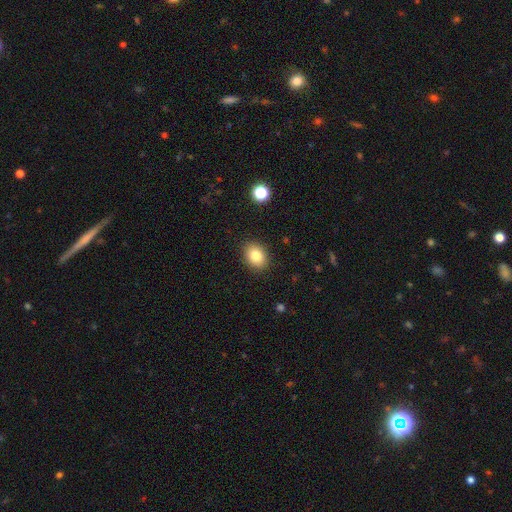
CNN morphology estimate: The model was most divided on "how rounded": in between: 58%, round: 41%, cigar-shaped: 1%. More confident: merging — none (89%); smooth or featured — smooth (83%).